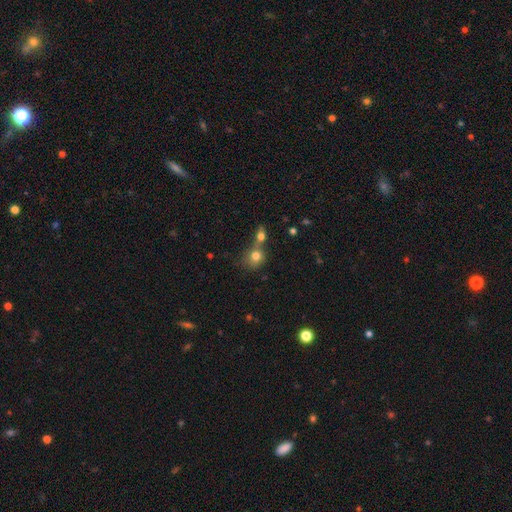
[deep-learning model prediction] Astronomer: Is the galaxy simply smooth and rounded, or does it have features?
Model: smooth — 78%.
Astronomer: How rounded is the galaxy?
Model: round — 73%.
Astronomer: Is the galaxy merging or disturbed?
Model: merger — 53% (runner-up: none, 34%).